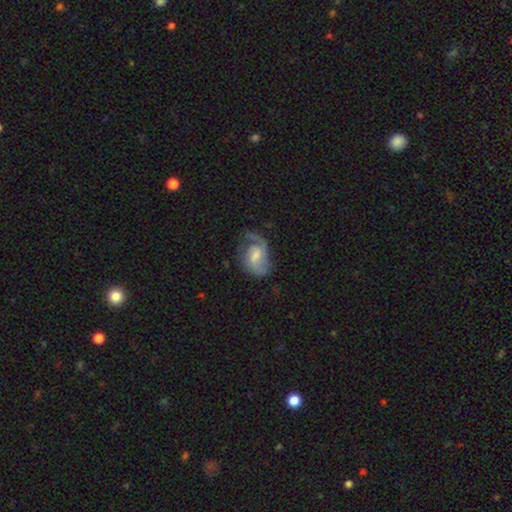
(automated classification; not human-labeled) smooth-or-featured: featured or disk: 72% | smooth: 22% | star or artifact: 6%
  disk-edge-on: no: 97% | yes: 3%
    bar: weak: 51% | no: 38% | strong: 11%
    has-spiral-arms: yes: 91% | no: 9%
      spiral-winding: medium: 47% | loose: 30% | tight: 23%
      spiral-arm-count: 2: 63% | 1: 23% | can't tell: 10% | 3: 3% | 4: 1% | more than 4: 1%
    bulge-size: moderate: 43% | small: 32% | none: 13% | large: 10% | dominant: 1%
  merging: none: 50% | minor disturbance: 26% | major disturbance: 22% | merger: 2%